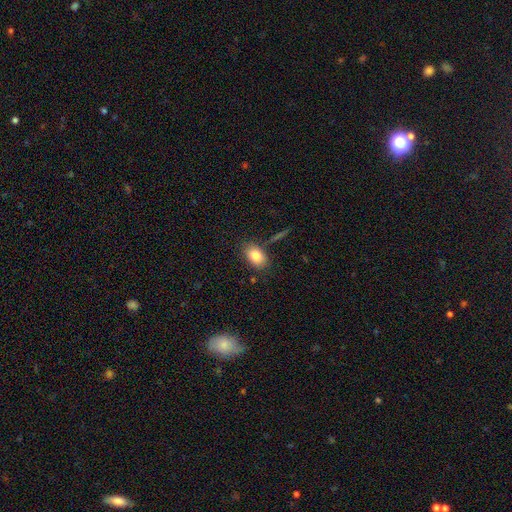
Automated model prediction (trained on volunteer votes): Morphology: type=smooth (82%); roundness=in between (82%); merging=none (78%).